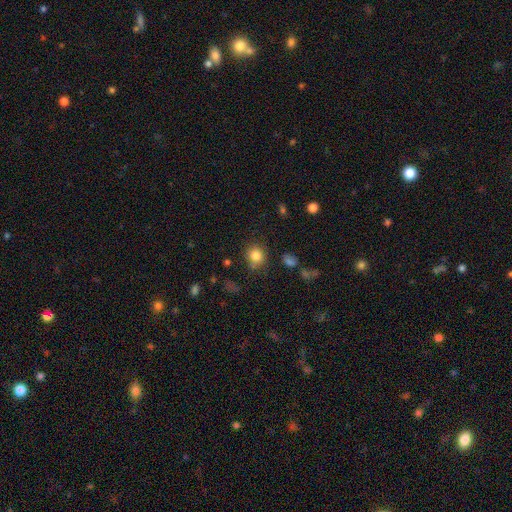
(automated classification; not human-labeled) This is clearly a smooth galaxy (82%). How rounded: clearly round (83%). Merging: likely none (77%).